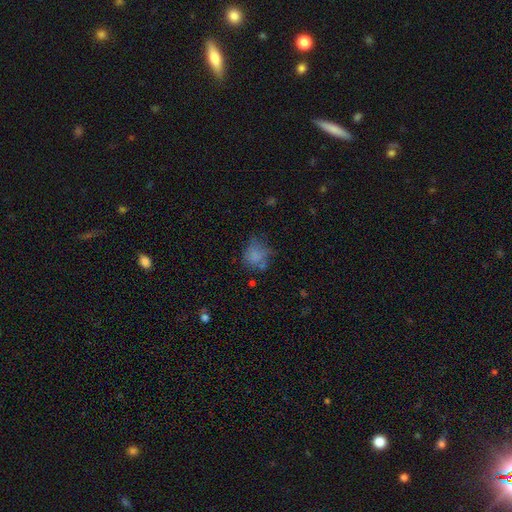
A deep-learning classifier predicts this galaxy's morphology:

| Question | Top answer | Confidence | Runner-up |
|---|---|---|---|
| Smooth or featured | smooth | 66% | featured or disk (21%) |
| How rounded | round | 61% | in between (38%) |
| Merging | none | 48% | minor disturbance (27%) |